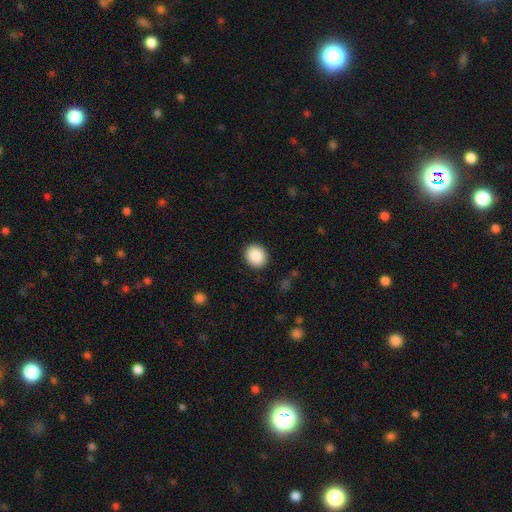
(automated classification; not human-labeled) Q: Smooth or featured?
A: smooth (89%); runner-up: star or artifact (8%)
Q: How rounded?
A: round (78%); runner-up: in between (21%)
Q: Merging?
A: none (90%); runner-up: minor disturbance (6%)